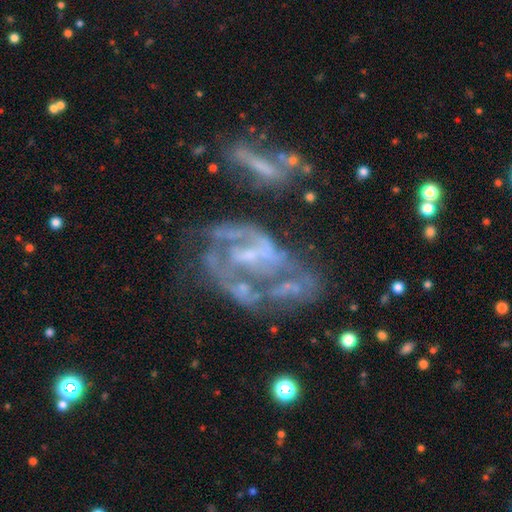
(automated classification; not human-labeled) Smooth or featured?
  - featured or disk: 80% *
  - star or artifact: 10%
  - smooth: 9%
Edge-on disk?
  - no: 97% *
  - yes: 3%
Bar?
  - no: 43% *
  - weak: 38%
  - strong: 20%
Spiral arms?
  - yes: 66% *
  - no: 34%
Spiral winding?
  - medium: 44% *
  - tight: 34%
  - loose: 22%
Spiral arm count?
  - 2: 40% *
  - can't tell: 35%
  - 3: 11%
  - 1: 7%
  - 4: 4%
  - more than 4: 3%
Bulge size?
  - small: 44% *
  - none: 34%
  - moderate: 19%
  - large: 2%
  - dominant: 1%
Merging?
  - none: 31% *
  - major disturbance: 28%
  - merger: 24%
  - minor disturbance: 17%